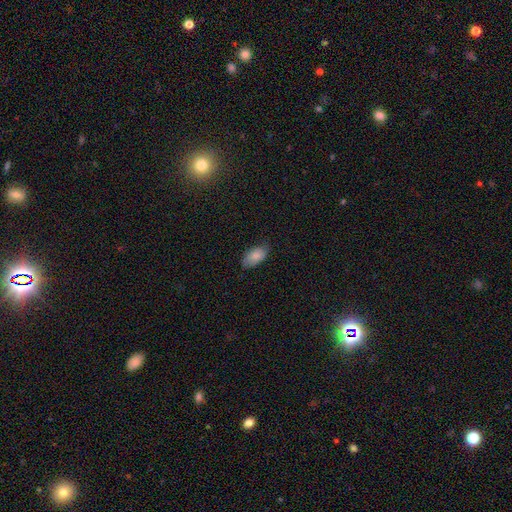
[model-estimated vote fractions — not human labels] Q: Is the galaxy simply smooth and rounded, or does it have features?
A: smooth — 85%.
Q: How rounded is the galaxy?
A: in between — 94%.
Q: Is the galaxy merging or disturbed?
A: none — 75%.